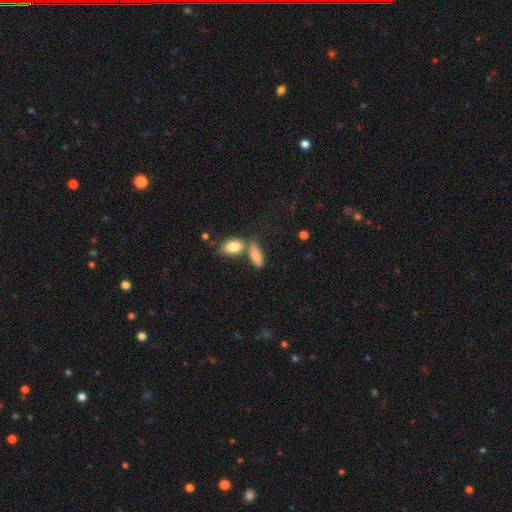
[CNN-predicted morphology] Smooth or featured?
  - smooth: 82% *
  - featured or disk: 11%
  - star or artifact: 8%
How rounded?
  - in between: 77% *
  - cigar-shaped: 18%
  - round: 5%
Merging?
  - none: 45% *
  - merger: 36%
  - minor disturbance: 14%
  - major disturbance: 6%